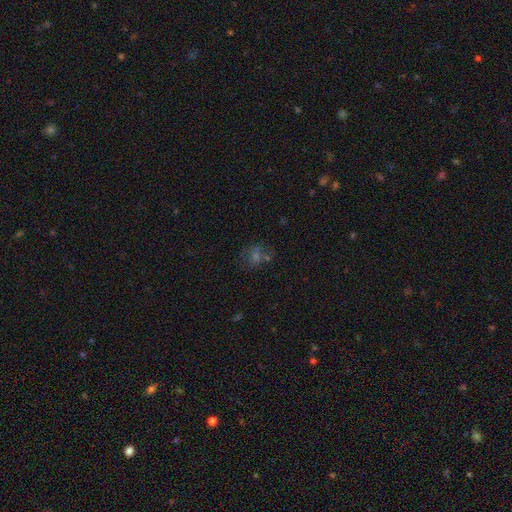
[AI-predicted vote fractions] Smooth or featured: smooth — 41% (star or artifact — 38%)
Merging: none — 67% (minor disturbance — 14%)